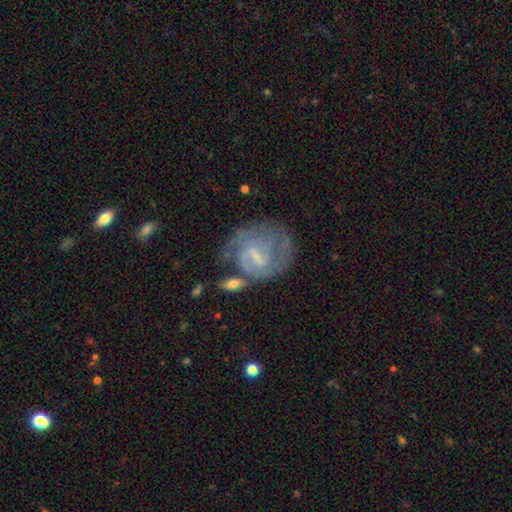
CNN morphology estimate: smooth_or_featured: featured or disk (p=0.72) [alt: smooth p=0.19]
disk_edge_on: no (p=0.97) [alt: yes p=0.03]
bar: weak (p=0.56) [alt: strong p=0.25]
has_spiral_arms: yes (p=0.84) [alt: no p=0.16]
spiral_winding: tight (p=0.51) [alt: medium p=0.36]
spiral_arm_count: 2 (p=0.42) [alt: can't tell p=0.33]
bulge_size: small (p=0.45) [alt: none p=0.29]
merging: none (p=0.51) [alt: minor disturbance p=0.22]